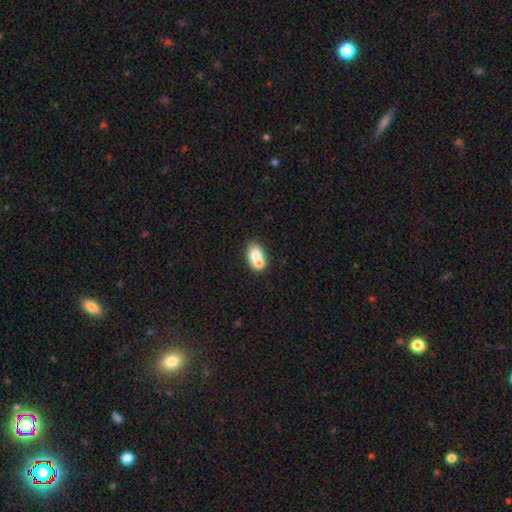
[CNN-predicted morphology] type=smooth (73%); roundness=in between (72%); merging=merger (54%).